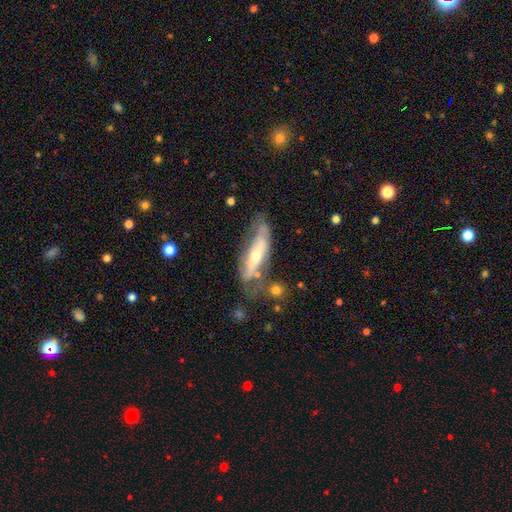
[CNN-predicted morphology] Smooth or featured? featured or disk (61%)
Edge-on disk? no (58%)
Merging? none (53%)